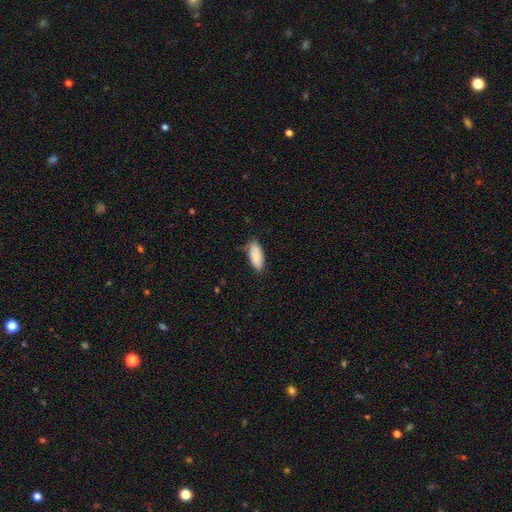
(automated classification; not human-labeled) Q: Smooth or featured?
A: smooth (83%); runner-up: featured or disk (11%)
Q: How rounded?
A: in between (88%); runner-up: cigar-shaped (10%)
Q: Merging?
A: none (75%); runner-up: minor disturbance (21%)